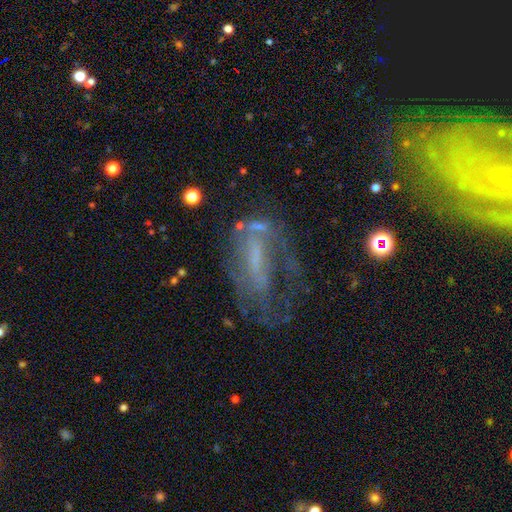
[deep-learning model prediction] A featured or disk galaxy (63%) with no bar (45%), no spiral arms (53%) and no central bulge (47%).

Vote fractions:
- Smooth or featured? featured or disk: 63% / smooth: 21% / star or artifact: 16%
- Edge-on disk? no: 89% / yes: 11%
- Bar? no: 45% / weak: 31% / strong: 24%
- Spiral arms? no: 53% / yes: 47%
- Bulge size? none: 47% / small: 30% / moderate: 18% / large: 4% / dominant: 1%
- Merging? major disturbance: 37% (tied) / none: 37% (tied) / minor disturbance: 20% / merger: 6%